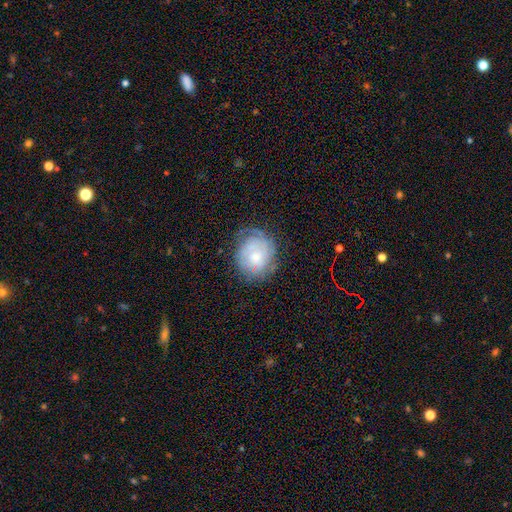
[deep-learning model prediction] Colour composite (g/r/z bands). It shows a featured or disk galaxy (56%) with no bar (80%), spiral arms (75%) and a small central bulge (47%). Merging: none (62%).